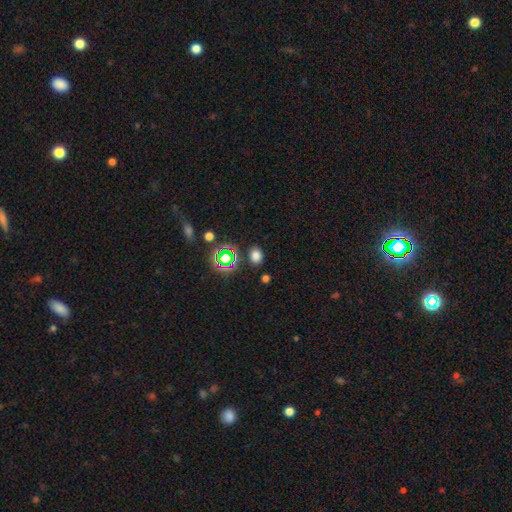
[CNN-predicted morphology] Smooth or featured: smooth — 71% (star or artifact — 23%)
How rounded: in between — 60% (round — 39%)
Merging: none — 84% (minor disturbance — 9%)